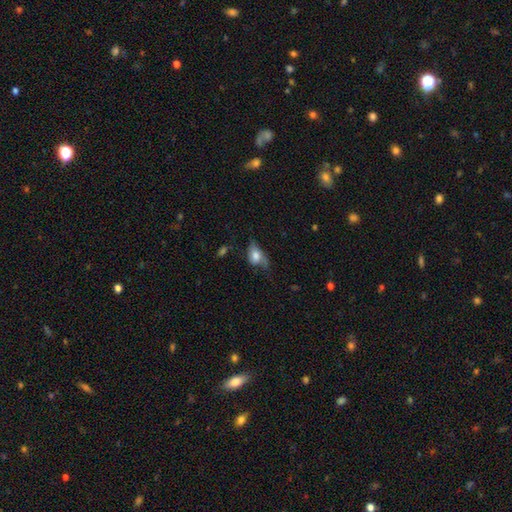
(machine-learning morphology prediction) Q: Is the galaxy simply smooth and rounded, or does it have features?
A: smooth — 60%.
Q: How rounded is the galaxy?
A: in between — 83%.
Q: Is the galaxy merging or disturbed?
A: major disturbance — 34%.